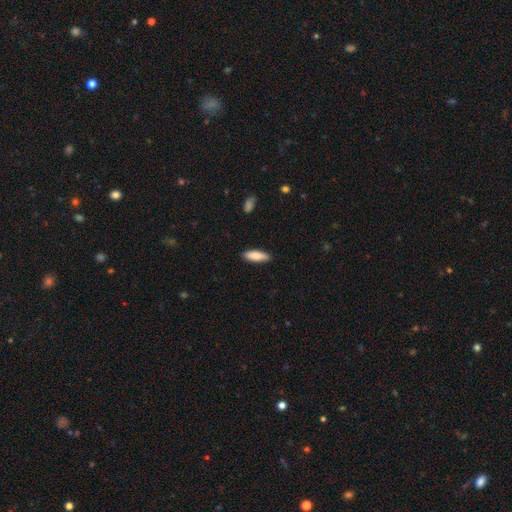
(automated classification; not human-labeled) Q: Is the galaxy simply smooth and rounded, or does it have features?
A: smooth — 85%.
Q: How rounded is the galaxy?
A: in between — 50%.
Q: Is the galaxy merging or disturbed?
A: none — 88%.